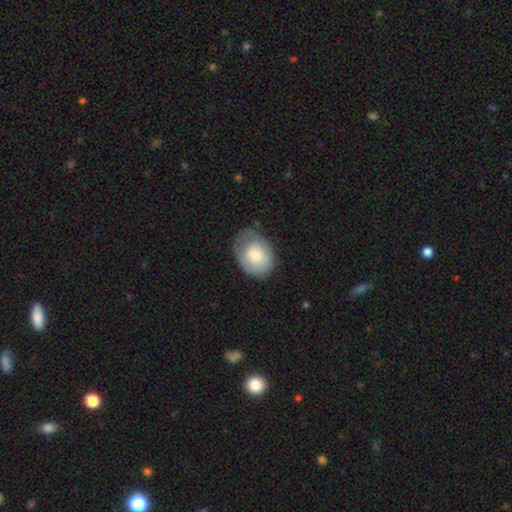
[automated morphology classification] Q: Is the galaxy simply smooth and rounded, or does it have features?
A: smooth — 74%.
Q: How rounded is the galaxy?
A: in between — 62%.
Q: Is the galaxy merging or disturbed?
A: none — 52%.